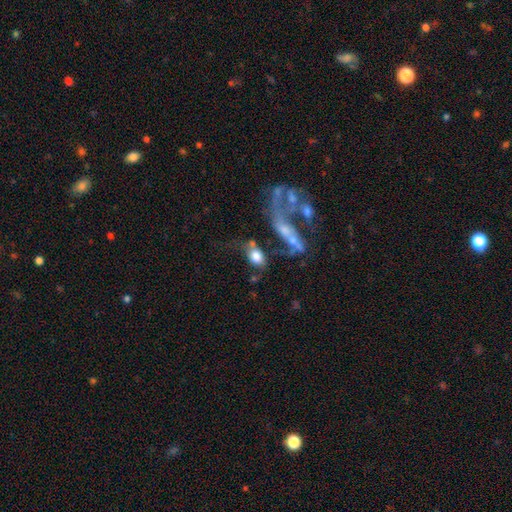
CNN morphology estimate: A smooth galaxy with no disk features (72%) that is in between round and cigar-shaped (74%).

Vote fractions:
- Smooth or featured? smooth: 72% / featured or disk: 19% / star or artifact: 10%
- How rounded? in between: 74% / round: 22% / cigar-shaped: 3%
- Merging? none: 34% / merger: 30% / major disturbance: 19% / minor disturbance: 17%